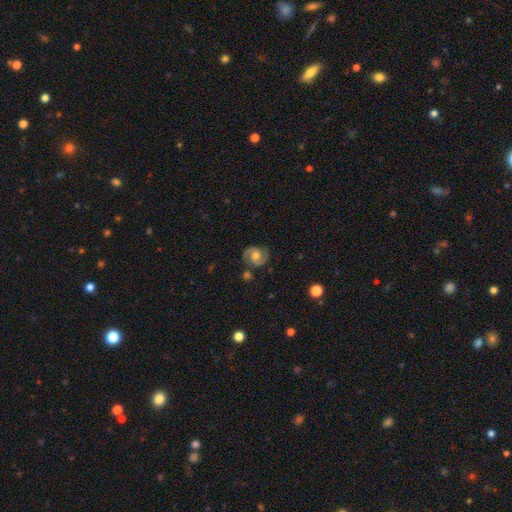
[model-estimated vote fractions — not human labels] Smooth or featured? featured or disk (81%)
Edge-on disk? no (98%)
Bar? no (51%)
Spiral arms? yes (96%)
Spiral winding? medium (56%)
Spiral arm count? 2 (92%)
Bulge size? moderate (67%)
Merging? none (79%)